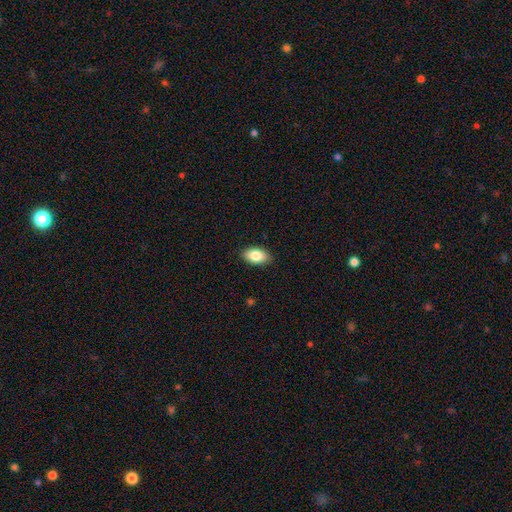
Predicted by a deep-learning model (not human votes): Smooth or featured?
  - smooth: 85% *
  - featured or disk: 8%
  - star or artifact: 7%
How rounded?
  - in between: 94% *
  - round: 5%
  - cigar-shaped: 2%
Merging?
  - none: 88% *
  - minor disturbance: 9%
  - major disturbance: 2%
  - merger: 1%